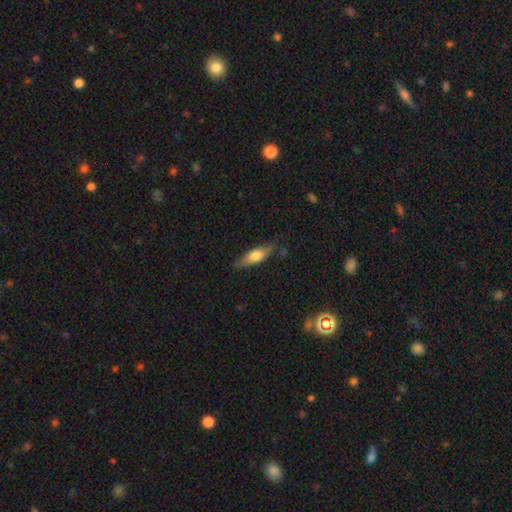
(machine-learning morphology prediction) Smooth or featured: smooth — 61% (featured or disk — 33%)
How rounded: cigar-shaped — 54% (in between — 44%)
Merging: none — 79% (minor disturbance — 16%)